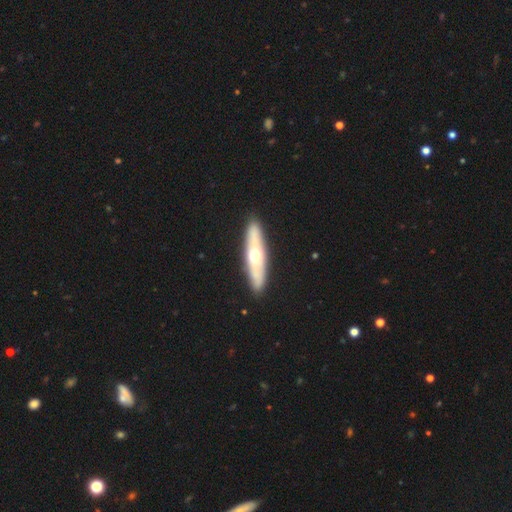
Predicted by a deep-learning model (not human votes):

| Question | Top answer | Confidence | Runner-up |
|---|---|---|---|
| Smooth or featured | featured or disk | 52% | smooth (43%) |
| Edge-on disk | yes | 74% | no (26%) |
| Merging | none | 89% | minor disturbance (8%) |